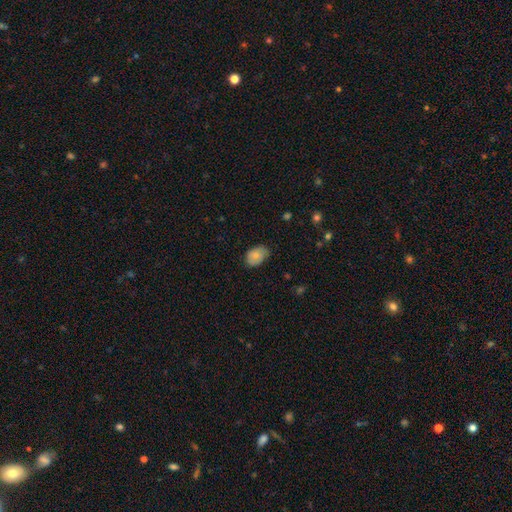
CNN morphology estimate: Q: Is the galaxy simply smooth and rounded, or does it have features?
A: smooth — 78%.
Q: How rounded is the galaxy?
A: in between — 83%.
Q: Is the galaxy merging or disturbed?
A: none — 70%.